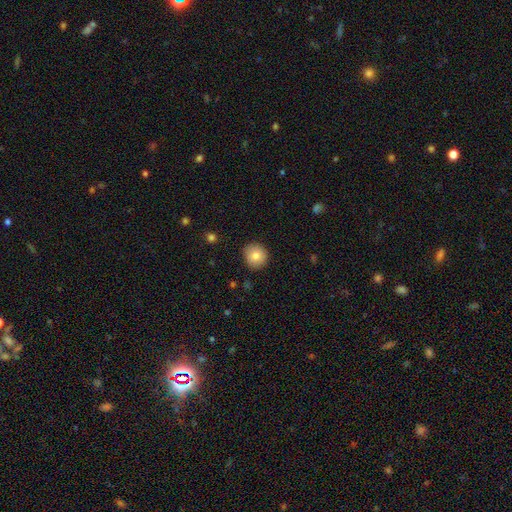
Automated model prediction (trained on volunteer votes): A smooth galaxy with no disk features (82%) that is round (91%).

Vote fractions:
- Smooth or featured? smooth: 82% / featured or disk: 9% / star or artifact: 9%
- How rounded? round: 91% / in between: 8% / cigar-shaped: 1%
- Merging? none: 88% / minor disturbance: 9% / major disturbance: 2% / merger: 1%